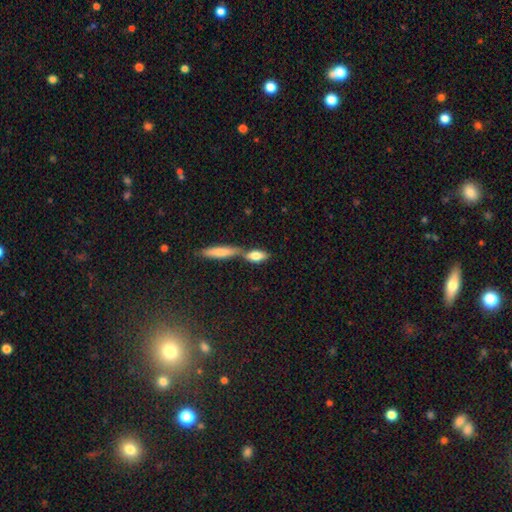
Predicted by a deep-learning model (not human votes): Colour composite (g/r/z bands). It shows a smooth galaxy with no disk features (75%) that is in between round and cigar-shaped (68%). Merging: none (43%, tied with merger).